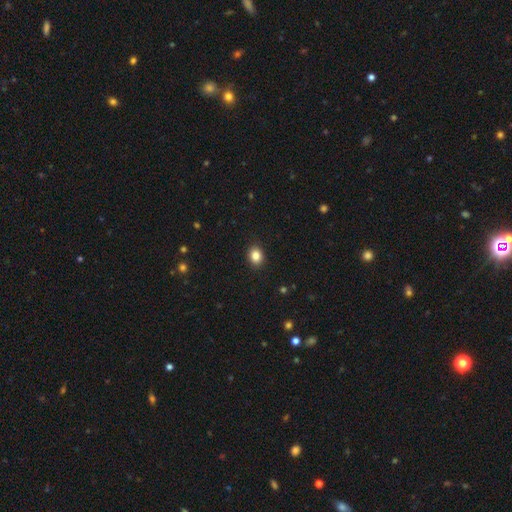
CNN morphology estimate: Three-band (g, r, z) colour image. It shows a smooth galaxy with no disk features (86%) that is round (53%). Merging: none (91%).